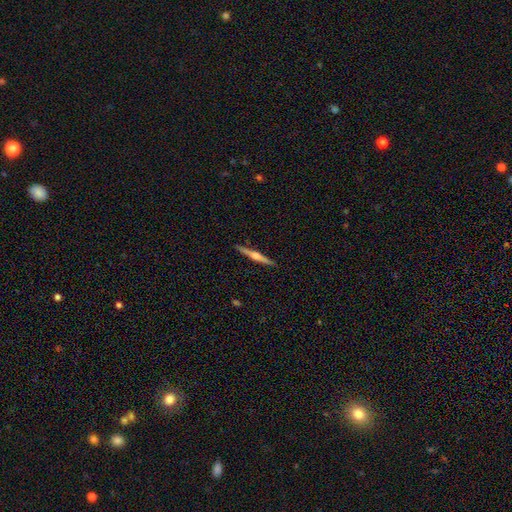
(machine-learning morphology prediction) A featured or disk galaxy (74%) viewed edge-on (98%) with a rounded central bulge (89%). Merging: none (92%).